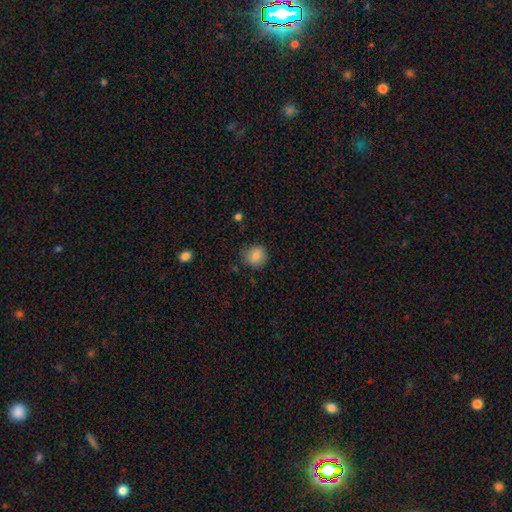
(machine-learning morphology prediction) smooth 85%, star or artifact 9%, featured or disk 6%. Down the decision tree: how rounded — round (84%); merging — none (79%).